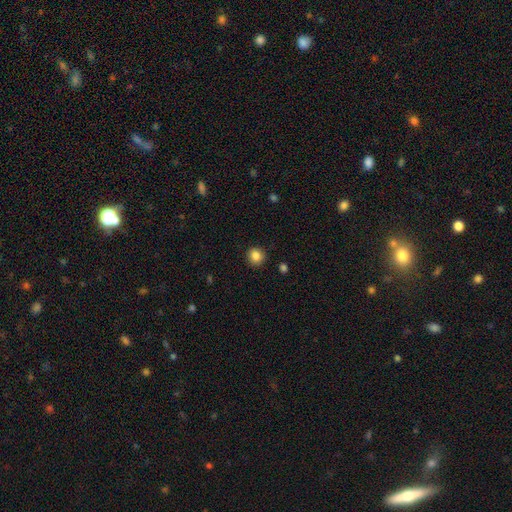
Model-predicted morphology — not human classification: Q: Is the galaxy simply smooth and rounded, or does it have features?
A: smooth — 85%.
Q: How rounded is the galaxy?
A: round — 91%.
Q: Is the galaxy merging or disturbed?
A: none — 90%.